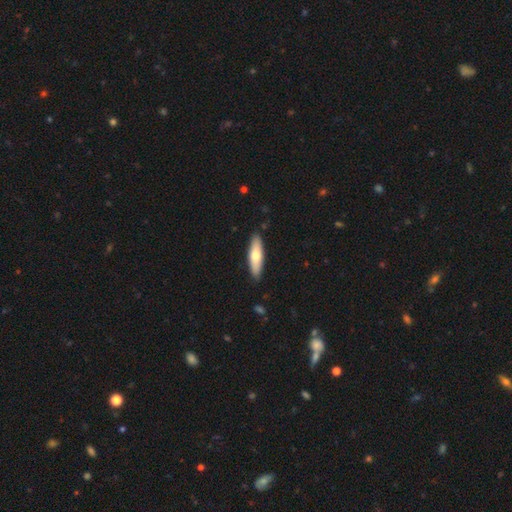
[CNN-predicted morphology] type=smooth (65%); roundness=cigar-shaped (56%); merging=none (88%).